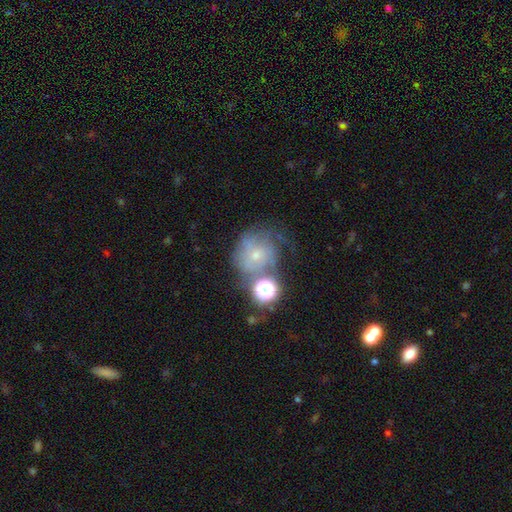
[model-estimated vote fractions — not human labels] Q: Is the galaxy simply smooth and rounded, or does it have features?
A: featured or disk — 45%.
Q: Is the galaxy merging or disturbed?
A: none — 41%.